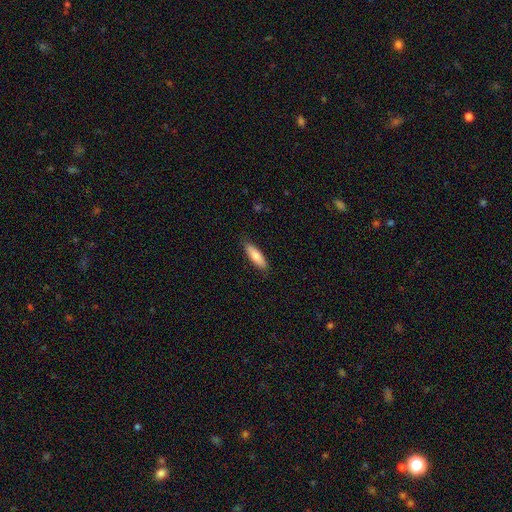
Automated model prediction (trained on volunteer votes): Smooth or featured?
  - smooth: 77% *
  - featured or disk: 17%
  - star or artifact: 6%
How rounded?
  - cigar-shaped: 50% *
  - in between: 48%
  - round: 2%
Merging?
  - none: 87% *
  - minor disturbance: 10%
  - major disturbance: 2%
  - merger: 1%